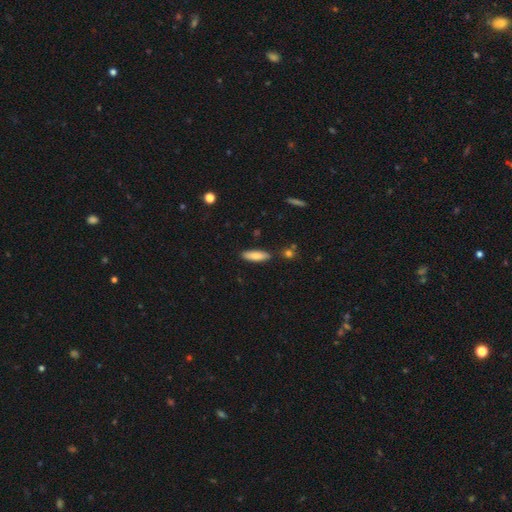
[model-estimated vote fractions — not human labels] Q: Smooth or featured?
A: smooth (79%); runner-up: featured or disk (14%)
Q: How rounded?
A: in between (53%); runner-up: cigar-shaped (45%)
Q: Merging?
A: none (83%); runner-up: minor disturbance (11%)